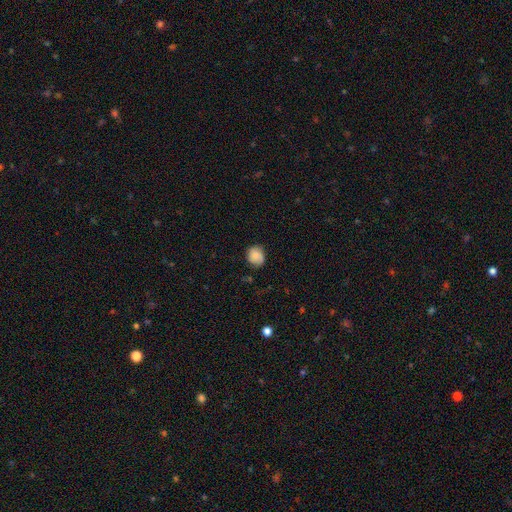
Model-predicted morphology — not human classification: Smooth or featured: smooth — 81% (featured or disk — 11%)
How rounded: round — 76% (in between — 23%)
Merging: none — 75% (minor disturbance — 19%)